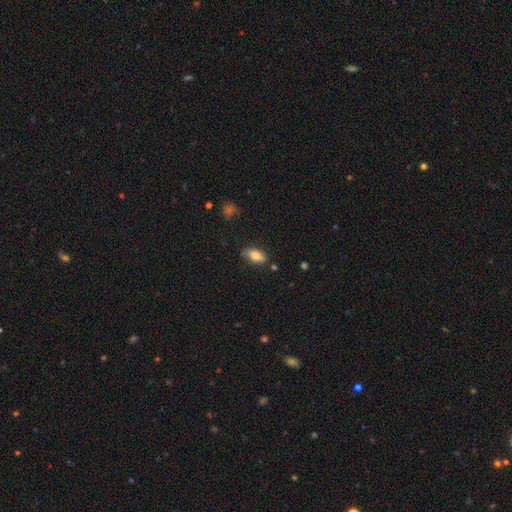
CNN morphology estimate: Q: Smooth or featured?
A: smooth (82%); runner-up: featured or disk (10%)
Q: How rounded?
A: in between (88%); runner-up: cigar-shaped (8%)
Q: Merging?
A: none (73%); runner-up: minor disturbance (21%)